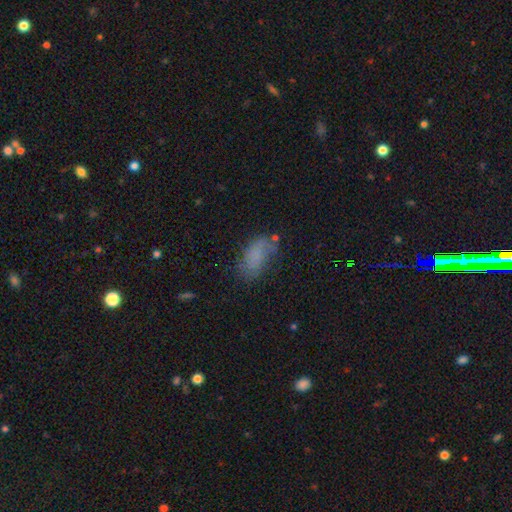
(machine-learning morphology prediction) smooth_or_featured: smooth (p=0.67) [alt: featured or disk p=0.22]
how_rounded: in between (p=0.90) [alt: cigar-shaped p=0.06]
merging: none (p=0.52) [alt: minor disturbance p=0.28]